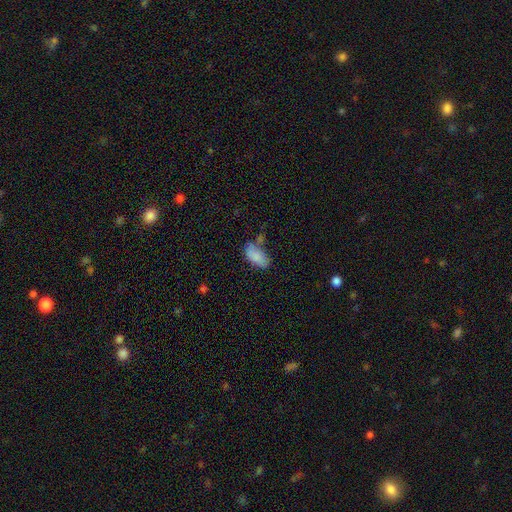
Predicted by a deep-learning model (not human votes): This is clearly a smooth galaxy (82%). How rounded: clearly in between (92%). Merging: possibly none (46%).